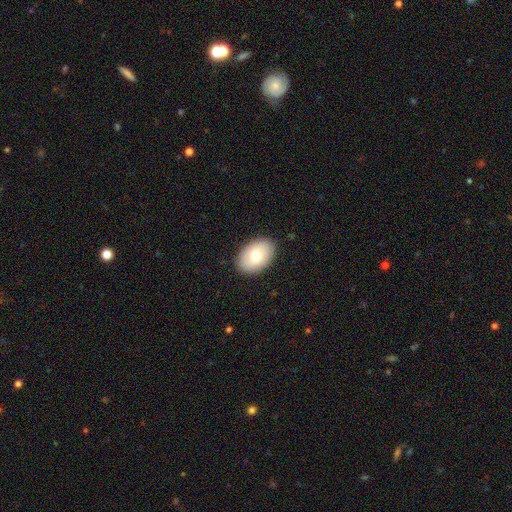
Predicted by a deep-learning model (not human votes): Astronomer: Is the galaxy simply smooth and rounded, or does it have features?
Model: smooth — 73%.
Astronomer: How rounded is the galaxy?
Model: in between — 87%.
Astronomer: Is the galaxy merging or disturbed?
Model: none — 89%.